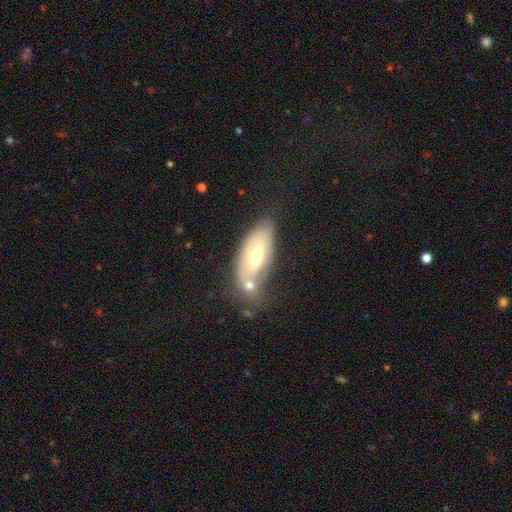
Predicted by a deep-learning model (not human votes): This is possibly a featured or disk galaxy (52%). It is clearly not viewed edge-on (82%). Merging: possibly none (45%).